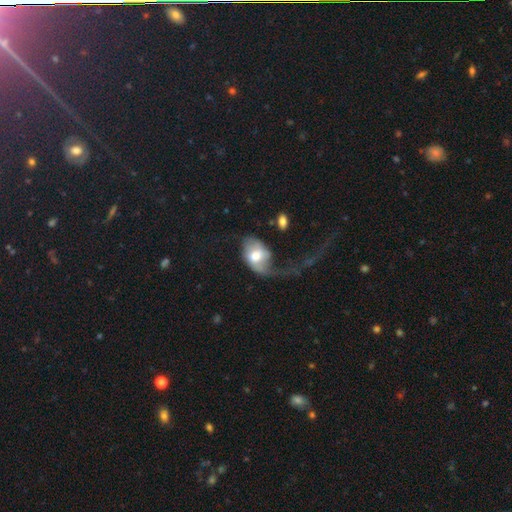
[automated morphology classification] Smooth or featured? Predicted: smooth (p=0.55). How rounded? Predicted: in between (p=0.78). Merging? Predicted: major disturbance (p=0.60).